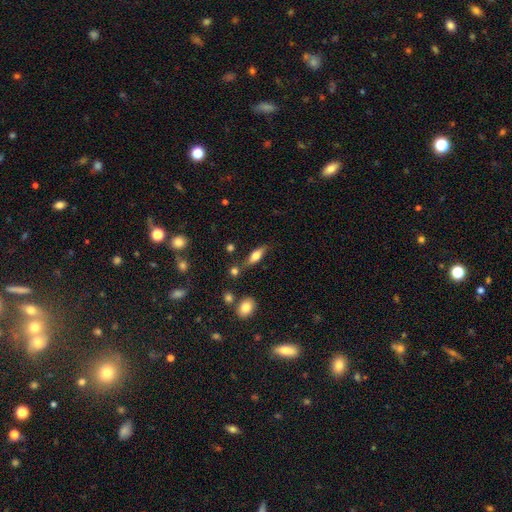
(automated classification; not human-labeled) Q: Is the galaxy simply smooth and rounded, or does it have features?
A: smooth — 56%.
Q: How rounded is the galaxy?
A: in between — 60%.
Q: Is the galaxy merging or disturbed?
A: none — 73%.